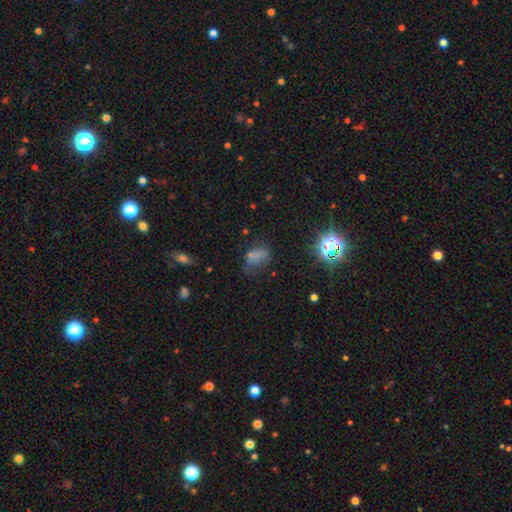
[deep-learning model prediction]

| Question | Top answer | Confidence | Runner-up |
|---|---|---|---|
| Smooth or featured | smooth | 62% | star or artifact (24%) |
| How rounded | in between | 83% | round (15%) |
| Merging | none | 39% | minor disturbance (28%) |